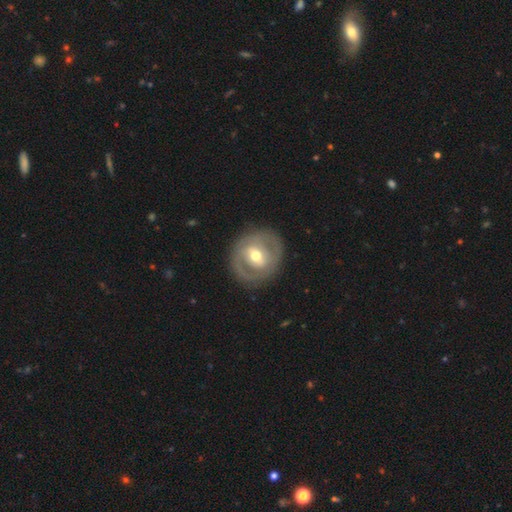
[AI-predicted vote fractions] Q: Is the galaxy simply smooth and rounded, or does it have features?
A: featured or disk — 64%.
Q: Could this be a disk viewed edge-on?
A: no — 96%.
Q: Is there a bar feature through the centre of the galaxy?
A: weak — 43%.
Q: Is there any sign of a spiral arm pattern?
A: no — 51%.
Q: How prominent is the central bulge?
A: moderate — 73%.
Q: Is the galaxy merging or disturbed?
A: none — 82%.